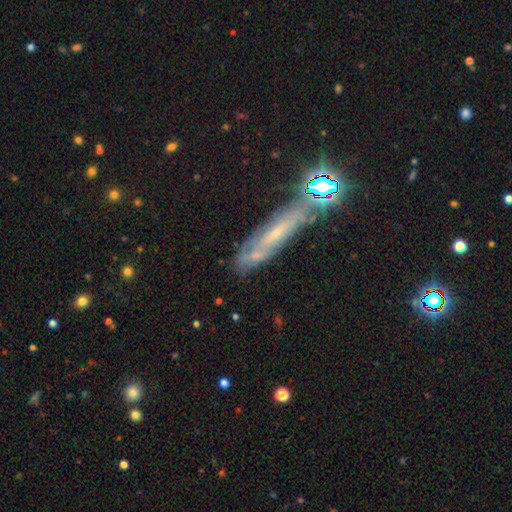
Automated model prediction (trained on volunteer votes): smooth-or-featured: featured or disk: 50% | smooth: 35% | star or artifact: 15%
  merging: none: 57% | minor disturbance: 21% | merger: 13% | major disturbance: 9%